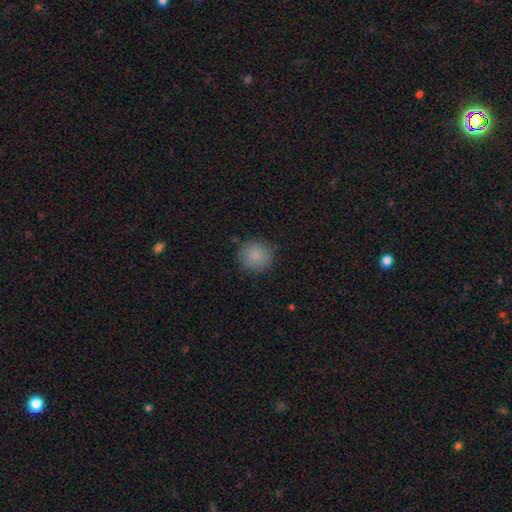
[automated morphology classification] smooth_or_featured: smooth (p=0.86) [alt: star or artifact p=0.08]
how_rounded: round (p=0.92) [alt: in between p=0.07]
merging: none (p=0.87) [alt: minor disturbance p=0.09]